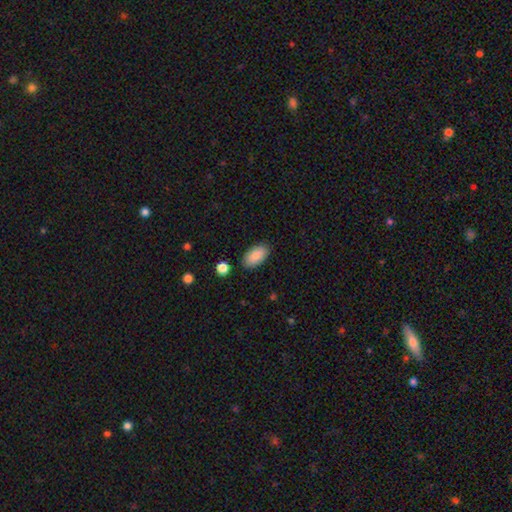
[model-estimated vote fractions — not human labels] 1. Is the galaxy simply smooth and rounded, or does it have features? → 86% smooth, 7% featured or disk, 7% star or artifact.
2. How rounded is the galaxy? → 94% in between, 3% round, 3% cigar-shaped.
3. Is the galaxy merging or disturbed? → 86% none, 10% minor disturbance, 2% major disturbance, 2% merger.